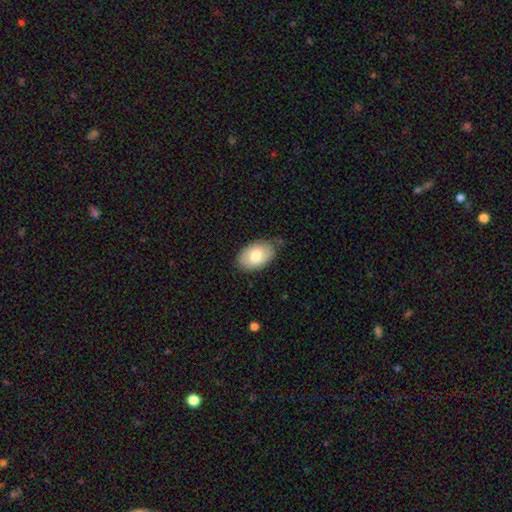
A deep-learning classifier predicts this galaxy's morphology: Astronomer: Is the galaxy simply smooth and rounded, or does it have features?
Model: smooth — 77%.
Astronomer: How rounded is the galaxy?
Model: in between — 91%.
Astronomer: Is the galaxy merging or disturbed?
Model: none — 74%.